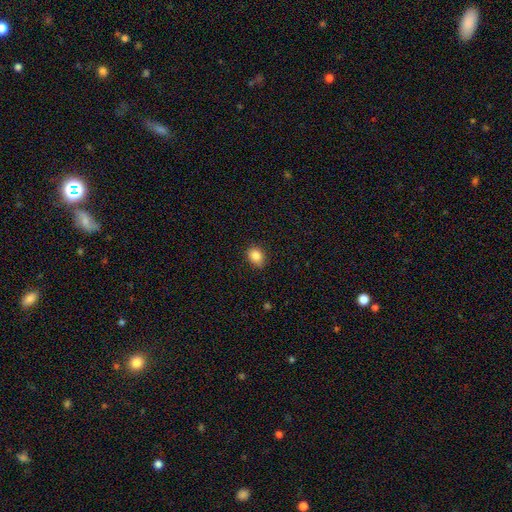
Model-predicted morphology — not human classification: Smooth or featured? smooth (86%)
How rounded? in between (56%)
Merging? none (84%)